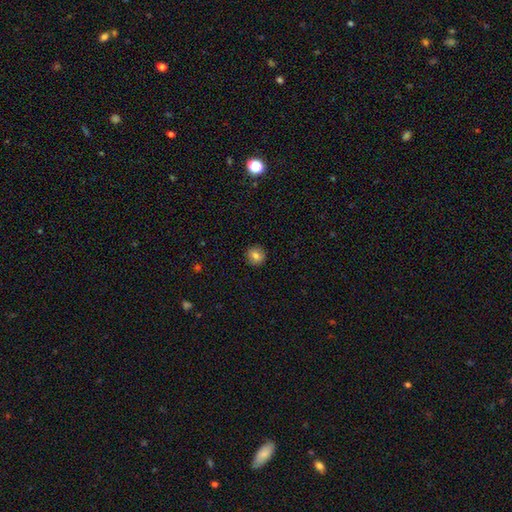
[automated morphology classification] Smooth or featured? smooth (79%)
How rounded? round (91%)
Merging? none (91%)